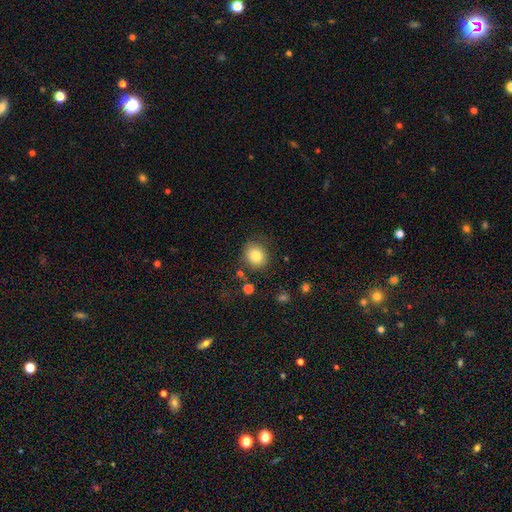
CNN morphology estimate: Smooth or featured: smooth — 82% (star or artifact — 10%)
How rounded: round — 75% (in between — 24%)
Merging: none — 81% (minor disturbance — 12%)